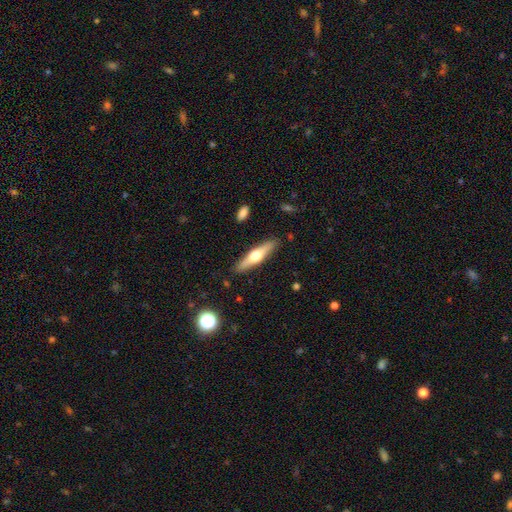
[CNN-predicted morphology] A featured or disk galaxy (54%) viewed edge-on (93%).

Vote fractions:
- Smooth or featured? featured or disk: 54% / smooth: 41% / star or artifact: 6%
- Edge-on disk? yes: 93% / no: 7%
- Merging? none: 88% / minor disturbance: 9% / major disturbance: 2% / merger: 2%